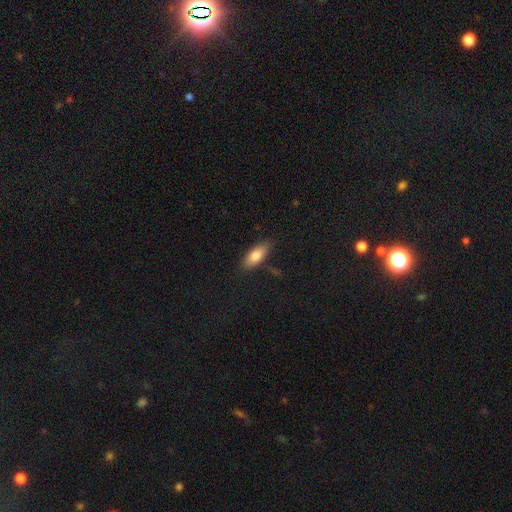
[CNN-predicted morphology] smooth-or-featured: smooth: 79% | featured or disk: 14% | star or artifact: 7%
  how-rounded: in between: 81% | cigar-shaped: 16% | round: 3%
  merging: none: 81% | minor disturbance: 14% | major disturbance: 3% | merger: 3%